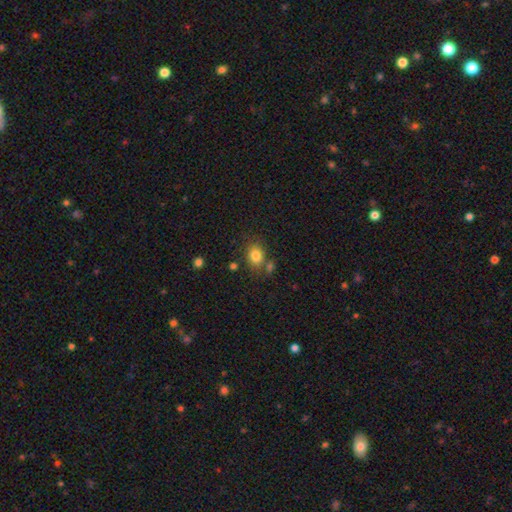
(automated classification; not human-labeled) smooth-or-featured: smooth: 81% | star or artifact: 11% | featured or disk: 8%
  how-rounded: in between: 53% | round: 46% | cigar-shaped: 1%
  merging: none: 68% | minor disturbance: 14% | merger: 13% | major disturbance: 5%